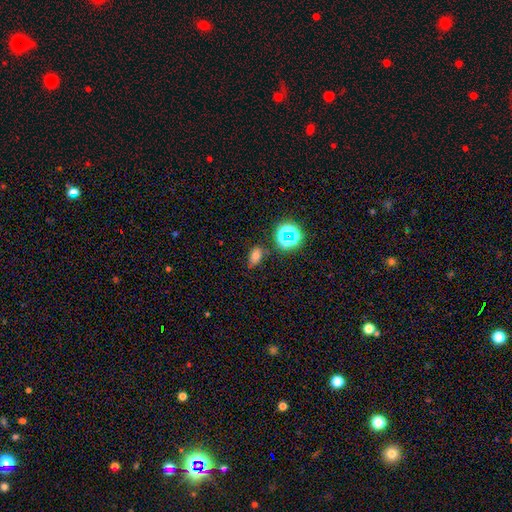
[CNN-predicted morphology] This appears to be a smooth galaxy with no disk features (65%) that is in between round and cigar-shaped (81%). Merging: none (71%).